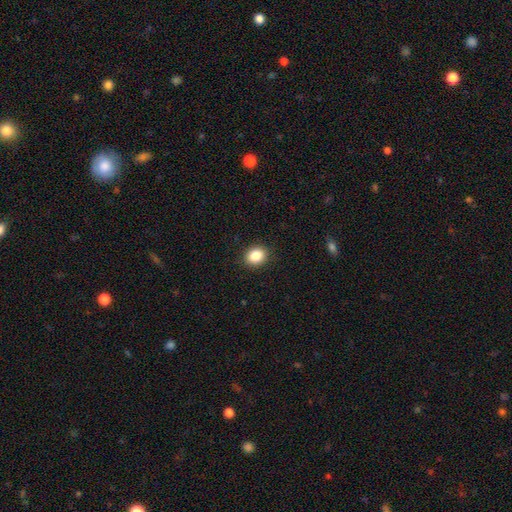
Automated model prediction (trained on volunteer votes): Morphology: type=smooth (86%); roundness=in between (51%); merging=none (89%).